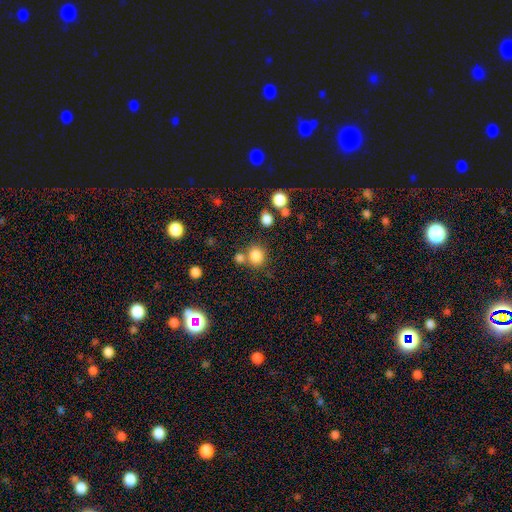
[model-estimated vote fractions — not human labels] A smooth galaxy with no disk features (81%) that is round (83%). Merging: none (68%).